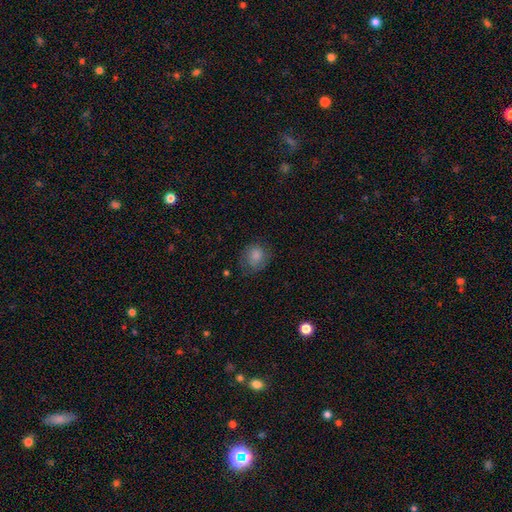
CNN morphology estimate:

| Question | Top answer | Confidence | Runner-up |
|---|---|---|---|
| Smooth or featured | smooth | 74% | featured or disk (16%) |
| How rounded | round | 68% | in between (31%) |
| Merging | none | 66% | minor disturbance (23%) |